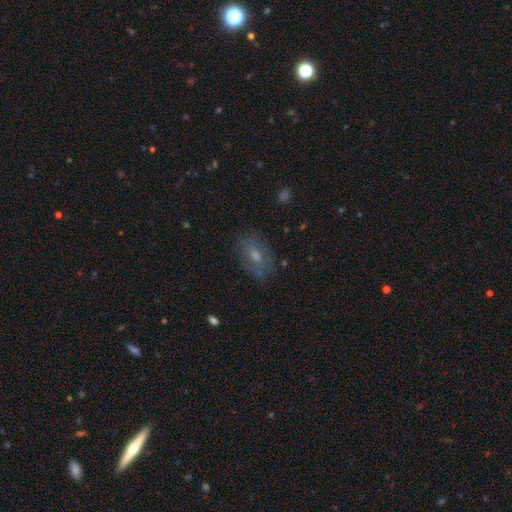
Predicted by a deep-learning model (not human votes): Smooth or featured? Predicted: smooth (p=0.51). How rounded? Predicted: in between (p=0.82). Merging? Predicted: none (p=0.72).